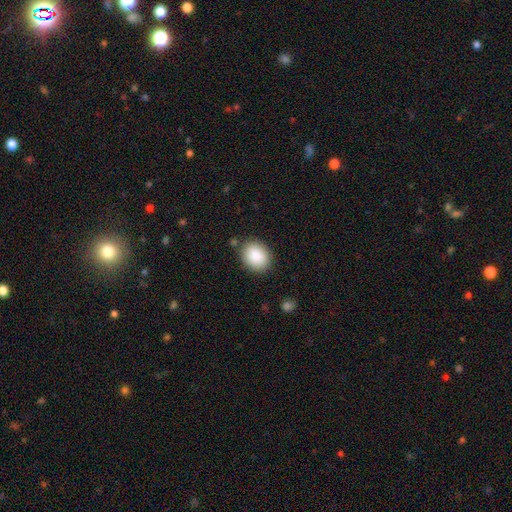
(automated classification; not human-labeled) smooth_or_featured: smooth (p=0.89) [alt: star or artifact p=0.07]
how_rounded: in between (p=0.51) [alt: round p=0.48]
merging: none (p=0.85) [alt: minor disturbance p=0.10]